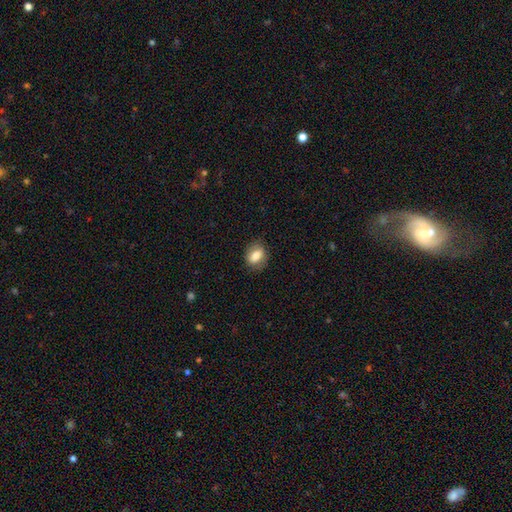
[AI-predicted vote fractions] Smooth or featured: smooth — 75% (featured or disk — 17%)
How rounded: in between — 70% (round — 28%)
Merging: none — 80% (minor disturbance — 14%)